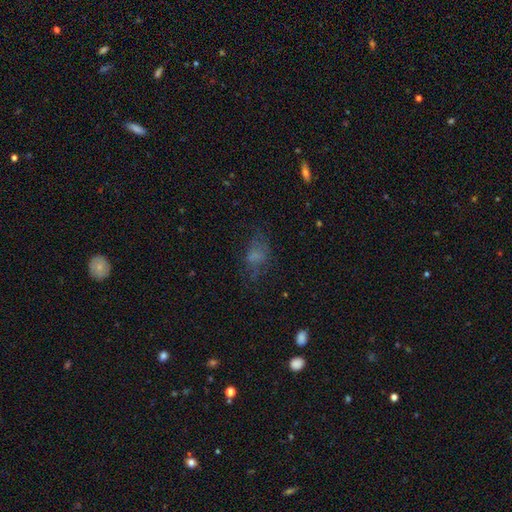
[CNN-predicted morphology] A smooth galaxy with no disk features (58%) that is in between round and cigar-shaped (75%). Merging: none (50%).